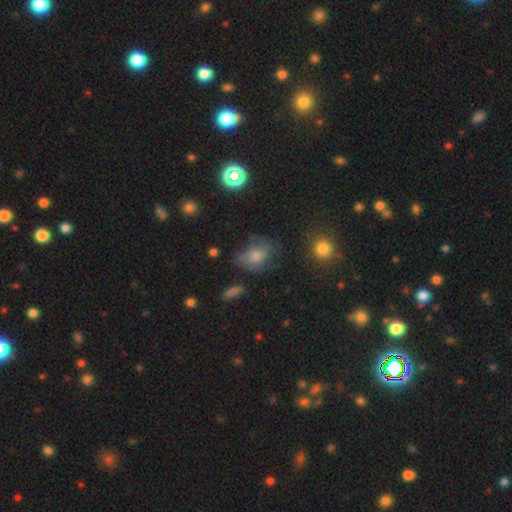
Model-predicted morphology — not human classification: A smooth galaxy with no disk features (52%) that is in between round and cigar-shaped (57%). Merging: none (49%).